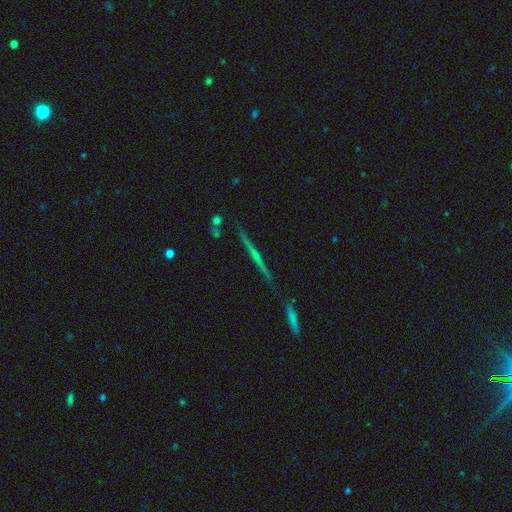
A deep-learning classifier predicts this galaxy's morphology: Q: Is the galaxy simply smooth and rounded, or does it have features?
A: featured or disk — 64%.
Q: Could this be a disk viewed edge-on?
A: yes — 92%.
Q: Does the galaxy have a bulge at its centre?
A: rounded — 58%.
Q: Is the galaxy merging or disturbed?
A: none — 77%.